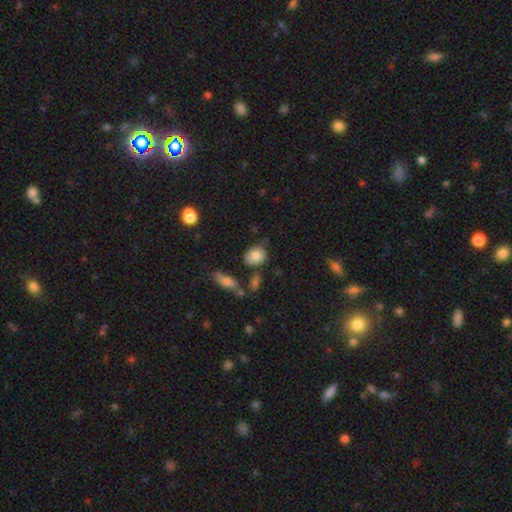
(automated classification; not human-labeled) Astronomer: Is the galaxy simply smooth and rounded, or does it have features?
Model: smooth — 78%.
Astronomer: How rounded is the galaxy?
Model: in between — 57% (runner-up: round, 41%).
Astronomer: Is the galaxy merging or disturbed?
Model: none — 55%.